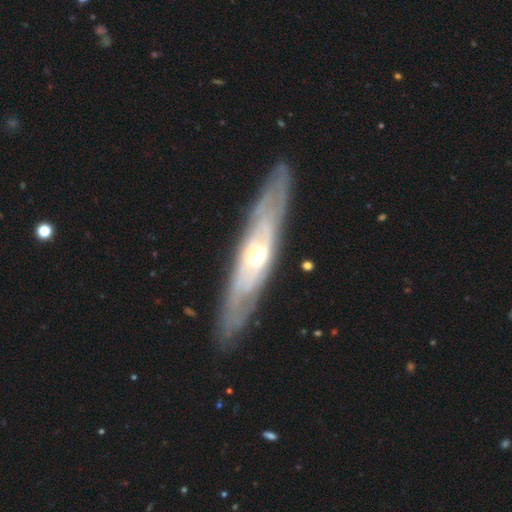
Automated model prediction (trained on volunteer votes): A featured or disk galaxy (79%).

Vote fractions:
- Smooth or featured? featured or disk: 79% / smooth: 16% / star or artifact: 5%
- Edge-on disk? no: 57% / yes: 43%
- Merging? none: 81% / minor disturbance: 13% / major disturbance: 4% / merger: 2%